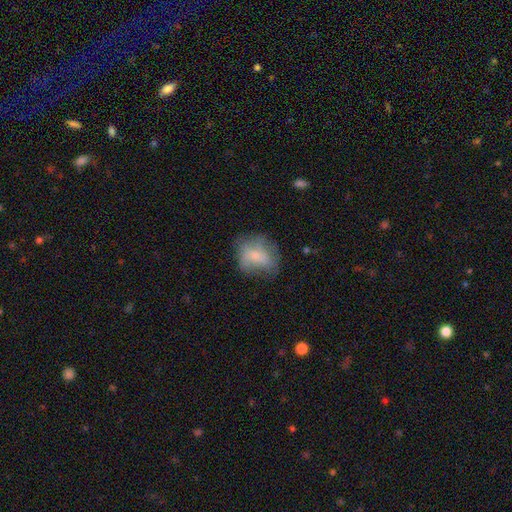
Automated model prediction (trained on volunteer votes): Smooth or featured? Predicted: smooth (p=0.63). How rounded? Predicted: round (p=0.54). Merging? Predicted: none (p=0.53).